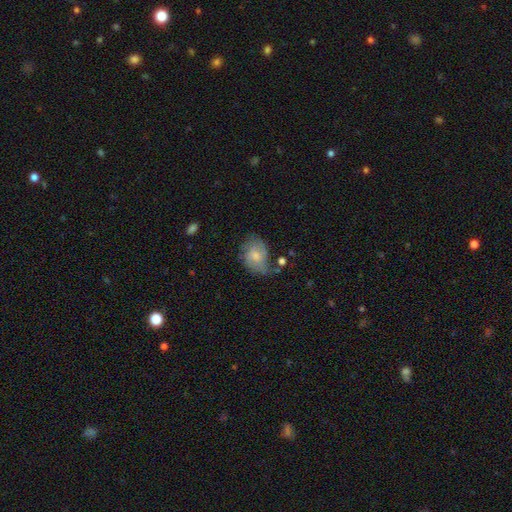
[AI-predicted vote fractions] This appears to be a smooth galaxy with no disk features (53%) that is in between round and cigar-shaped (73%). Merging: none (44%).